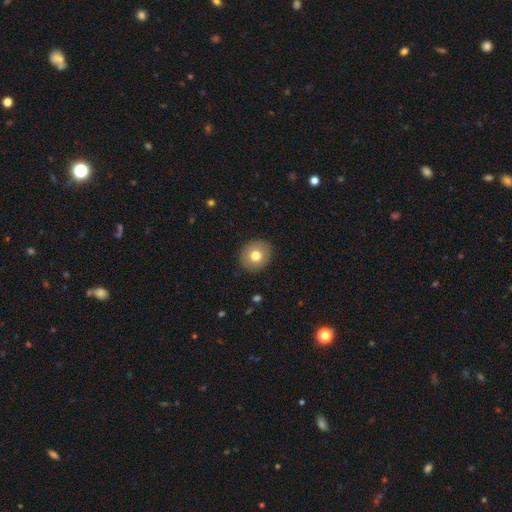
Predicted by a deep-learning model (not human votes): smooth 76%, featured or disk 16%, star or artifact 9%. Down the decision tree: how rounded — round (85%); merging — none (91%).